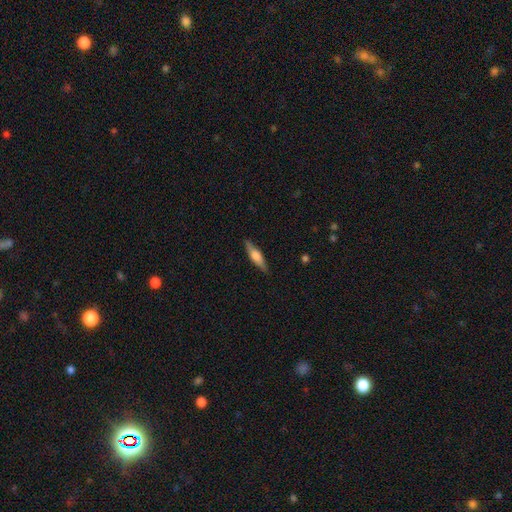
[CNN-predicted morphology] smooth-or-featured: featured or disk: 49% | smooth: 45% | star or artifact: 6%
  merging: none: 87% | minor disturbance: 10% | major disturbance: 2% | merger: 1%